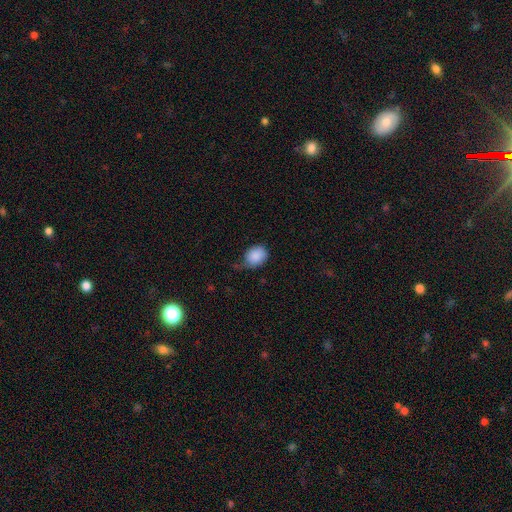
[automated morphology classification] Smooth or featured? smooth (86%)
How rounded? round (51%)
Merging? none (44%)